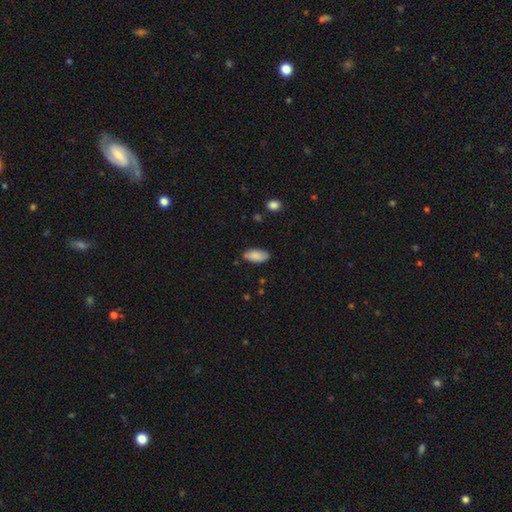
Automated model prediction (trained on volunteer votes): A smooth galaxy with no disk features (86%) that is in between round and cigar-shaped (91%). Merging: none (80%).